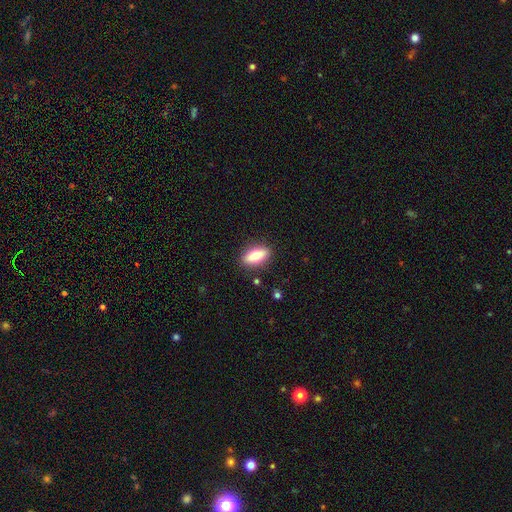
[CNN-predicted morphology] This appears to be a smooth galaxy with no disk features (68%) that is in between round and cigar-shaped (76%). Merging: none (87%).